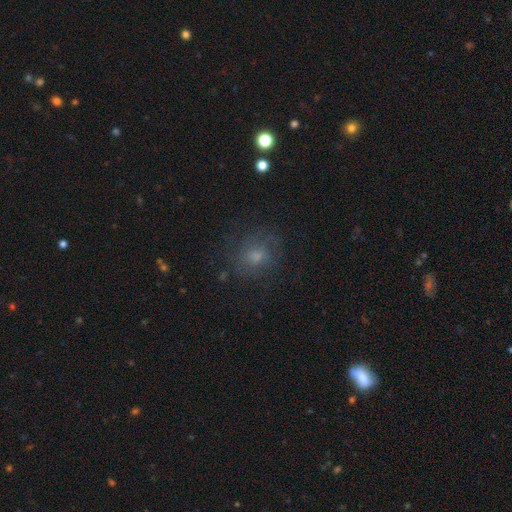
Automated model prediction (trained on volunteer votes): A smooth galaxy with no disk features (59%) that is round (70%). Merging: none (70%).